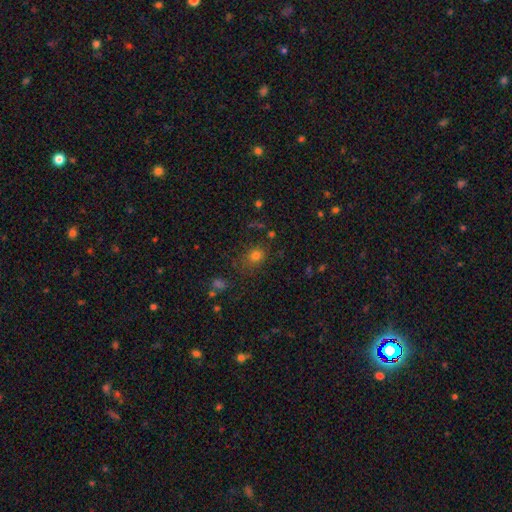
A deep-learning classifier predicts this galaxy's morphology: The model was most divided on "how rounded": round: 58%, in between: 41%, cigar-shaped: 1%. More confident: smooth or featured — smooth (76%); merging — none (75%).